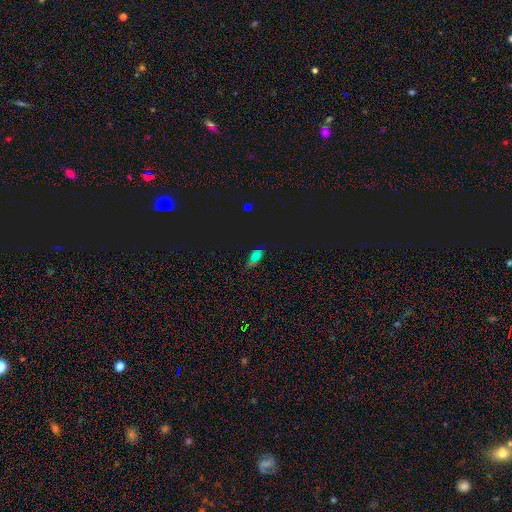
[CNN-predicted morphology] A smooth galaxy with no disk features (52%) that is in between round and cigar-shaped (72%).

Vote fractions:
- Smooth or featured? smooth: 52% / star or artifact: 37% / featured or disk: 11%
- How rounded? in between: 72% / round: 18% / cigar-shaped: 10%
- Merging? none: 57% / minor disturbance: 26% / major disturbance: 11% / merger: 7%